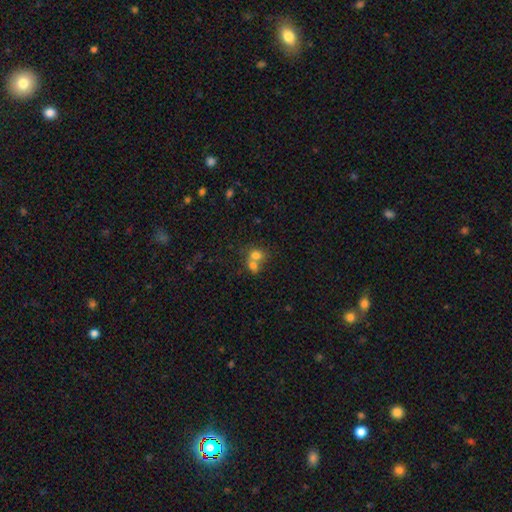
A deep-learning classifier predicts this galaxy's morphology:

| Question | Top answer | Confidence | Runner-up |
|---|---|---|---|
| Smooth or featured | smooth | 73% | featured or disk (15%) |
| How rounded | round | 60% | in between (38%) |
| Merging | merger | 65% | none (26%) |